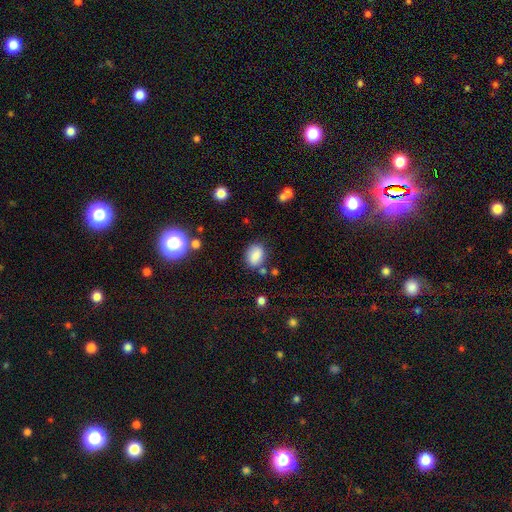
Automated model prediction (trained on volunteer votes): smooth 83%, star or artifact 10%, featured or disk 7%. Down the decision tree: how rounded — in between (65%); merging — none (75%).